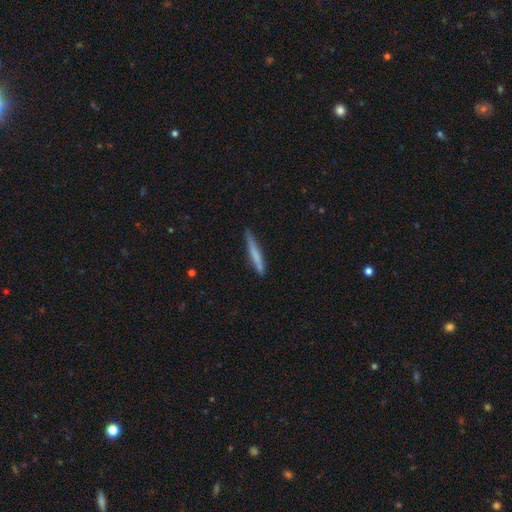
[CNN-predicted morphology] This is likely a smooth galaxy (66%). How rounded: clearly cigar-shaped (95%). Merging: clearly none (82%).